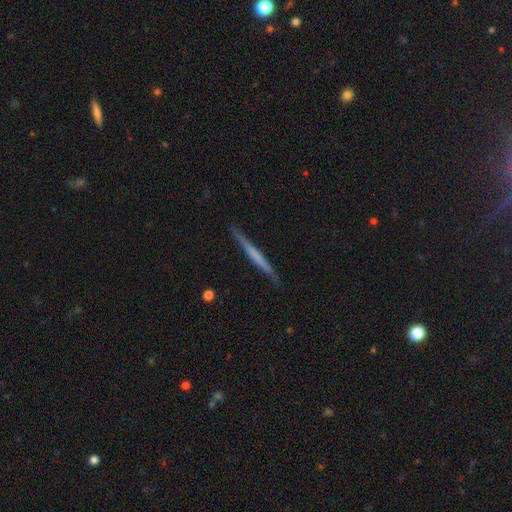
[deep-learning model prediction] The model was most divided on "smooth or featured": featured or disk: 56%, smooth: 39%, star or artifact: 5%. More confident: edge-on disk — yes (97%); merging — none (89%); edge-on bulge — none (80%).